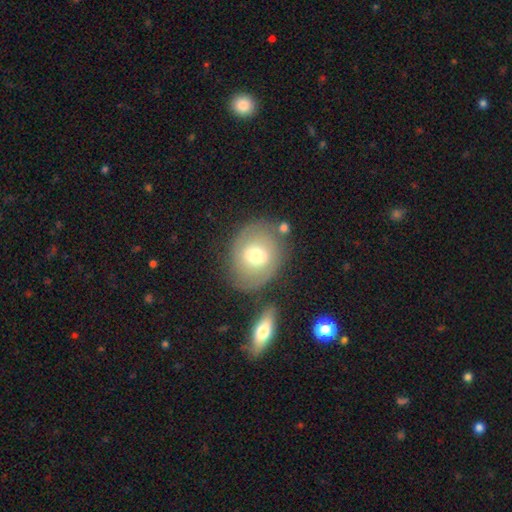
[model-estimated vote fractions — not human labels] A smooth galaxy with no disk features (52%) that is round (52%). Merging: none (67%).